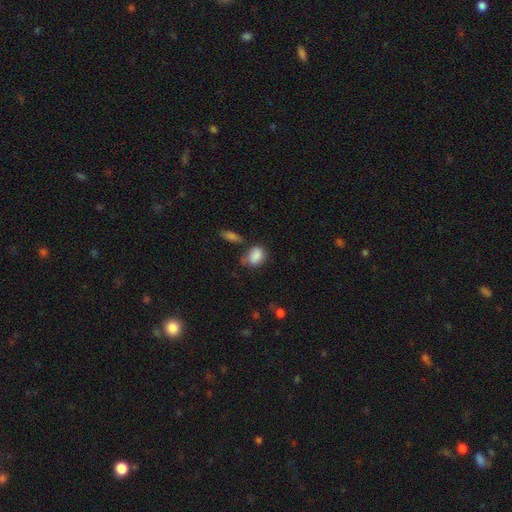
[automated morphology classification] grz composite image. It shows a smooth galaxy with no disk features (86%) that is in between round and cigar-shaped (69%). Merging: none (56%).